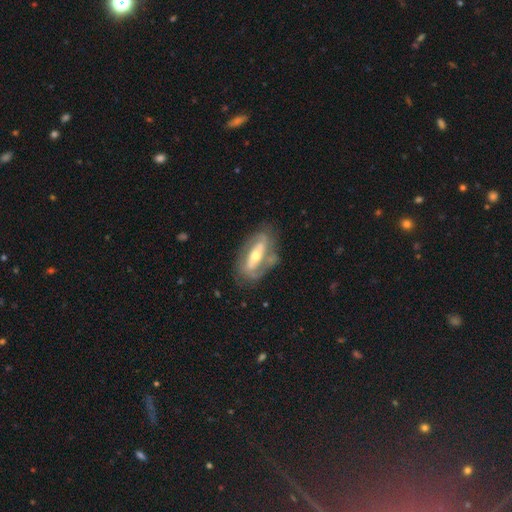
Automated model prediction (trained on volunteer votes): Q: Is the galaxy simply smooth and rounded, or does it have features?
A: featured or disk — 77%.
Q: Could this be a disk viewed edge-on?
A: no — 88%.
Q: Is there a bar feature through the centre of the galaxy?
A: strong — 47%.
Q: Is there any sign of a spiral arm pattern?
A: yes — 73%.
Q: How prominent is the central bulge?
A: moderate — 64%.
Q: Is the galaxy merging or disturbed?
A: none — 69%.